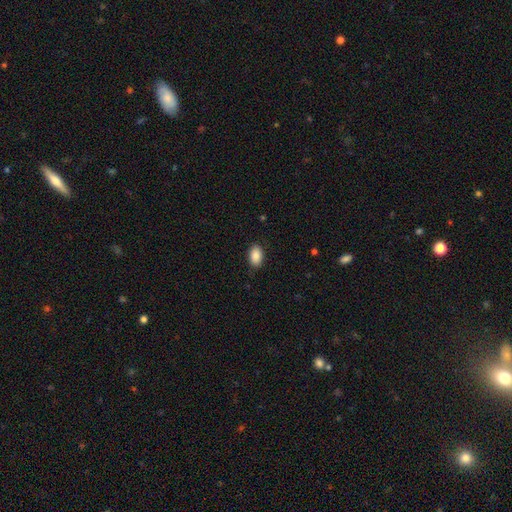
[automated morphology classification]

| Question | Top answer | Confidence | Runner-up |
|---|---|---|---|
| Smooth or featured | smooth | 88% | star or artifact (7%) |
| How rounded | in between | 92% | round (7%) |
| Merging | none | 87% | minor disturbance (10%) |